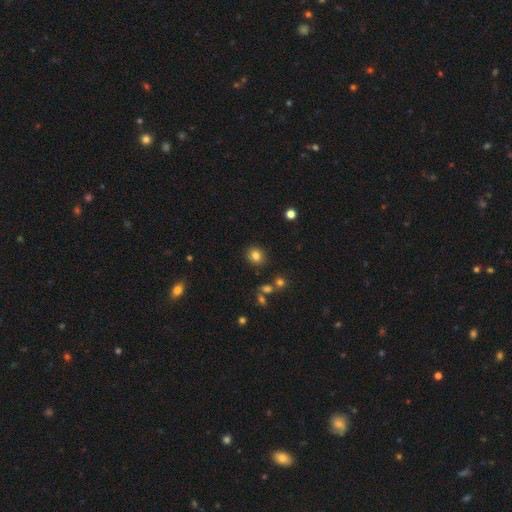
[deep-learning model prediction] smooth-or-featured: smooth: 82% | star or artifact: 12% | featured or disk: 6%
  how-rounded: round: 77% | in between: 22% | cigar-shaped: 1%
  merging: none: 87% | minor disturbance: 7% | merger: 3% | major disturbance: 3%